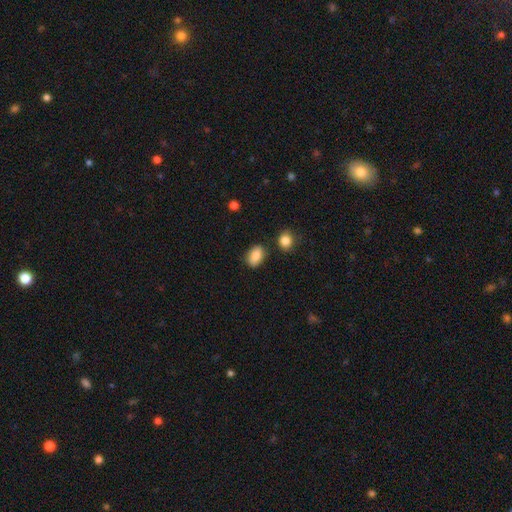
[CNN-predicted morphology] Smooth or featured?
  - smooth: 85% *
  - star or artifact: 8%
  - featured or disk: 7%
How rounded?
  - in between: 87% *
  - round: 11%
  - cigar-shaped: 2%
Merging?
  - none: 81% *
  - minor disturbance: 12%
  - merger: 4%
  - major disturbance: 3%